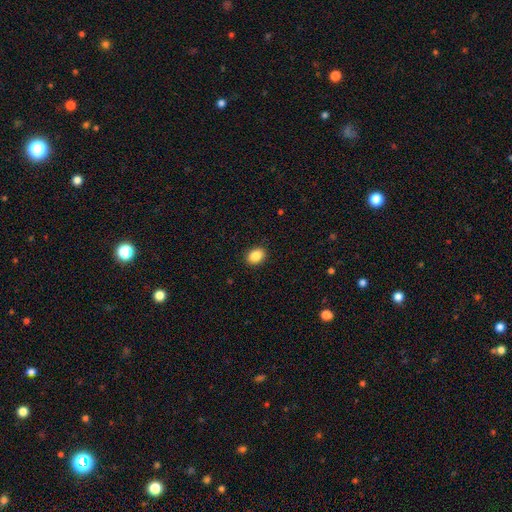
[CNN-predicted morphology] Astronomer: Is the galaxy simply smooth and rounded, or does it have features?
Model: smooth — 88%.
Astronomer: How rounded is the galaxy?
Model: in between — 69%.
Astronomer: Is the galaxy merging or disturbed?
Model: none — 90%.